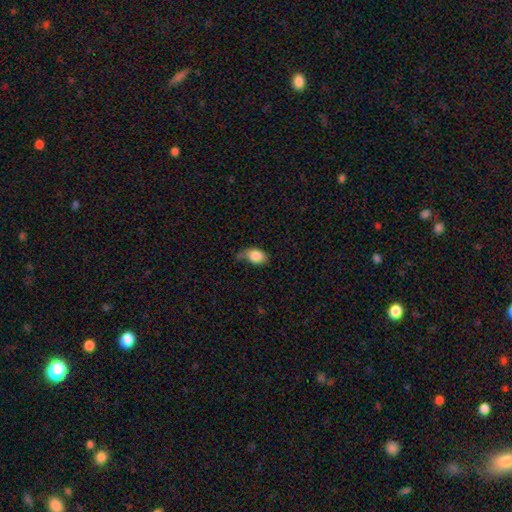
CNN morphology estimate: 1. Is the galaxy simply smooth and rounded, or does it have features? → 86% smooth, 7% star or artifact, 6% featured or disk.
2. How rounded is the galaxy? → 80% in between, 19% round, 1% cigar-shaped.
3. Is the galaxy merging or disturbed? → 54% none, 31% minor disturbance, 9% major disturbance, 6% merger.